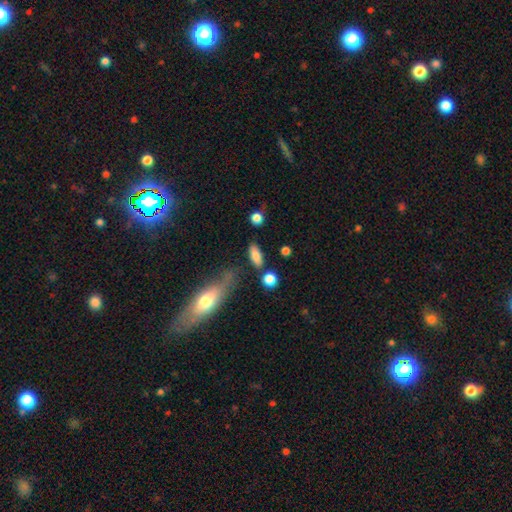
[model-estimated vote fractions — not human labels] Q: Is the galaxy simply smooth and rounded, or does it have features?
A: smooth — 82%.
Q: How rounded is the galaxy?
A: in between — 74%.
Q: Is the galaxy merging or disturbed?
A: none — 73%.